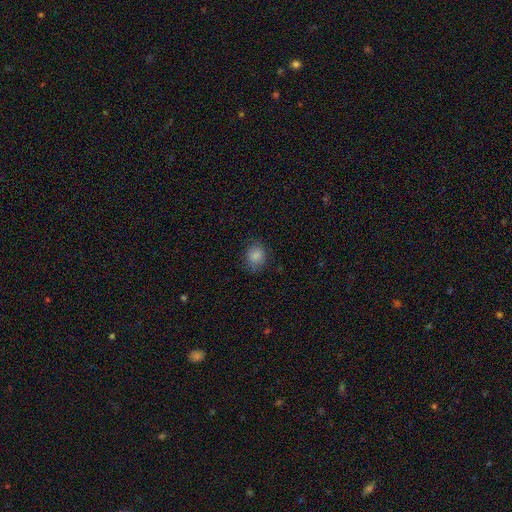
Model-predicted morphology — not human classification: Q: Smooth or featured?
A: smooth (86%); runner-up: star or artifact (9%)
Q: How rounded?
A: round (61%); runner-up: in between (38%)
Q: Merging?
A: none (79%); runner-up: minor disturbance (16%)